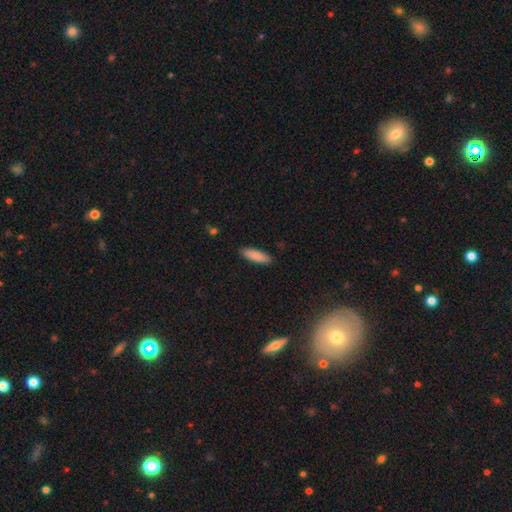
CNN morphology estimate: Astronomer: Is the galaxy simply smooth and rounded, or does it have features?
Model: smooth — 87%.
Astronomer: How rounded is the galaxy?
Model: cigar-shaped — 52% (runner-up: in between, 46%).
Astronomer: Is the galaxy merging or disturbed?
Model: none — 89%.